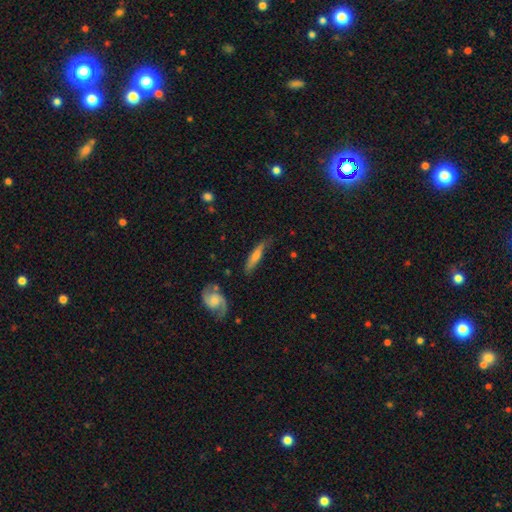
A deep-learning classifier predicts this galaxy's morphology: A featured or disk galaxy (55%) viewed edge-on (72%). Merging: none (68%).